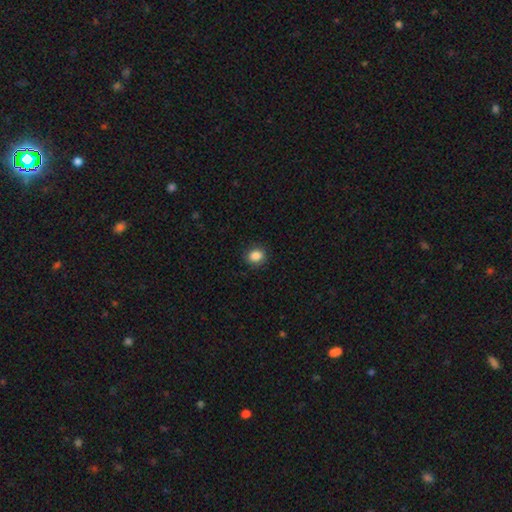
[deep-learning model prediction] smooth_or_featured: smooth (p=0.87) [alt: star or artifact p=0.10]
how_rounded: round (p=0.58) [alt: in between p=0.41]
merging: none (p=0.88) [alt: minor disturbance p=0.08]